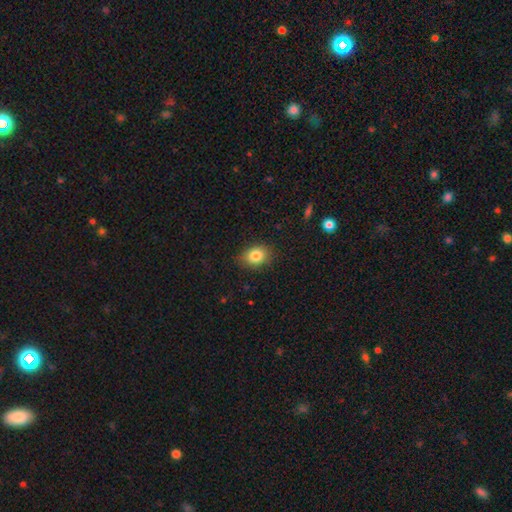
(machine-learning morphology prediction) Smooth or featured? smooth (84%)
How rounded? in between (63%)
Merging? none (83%)